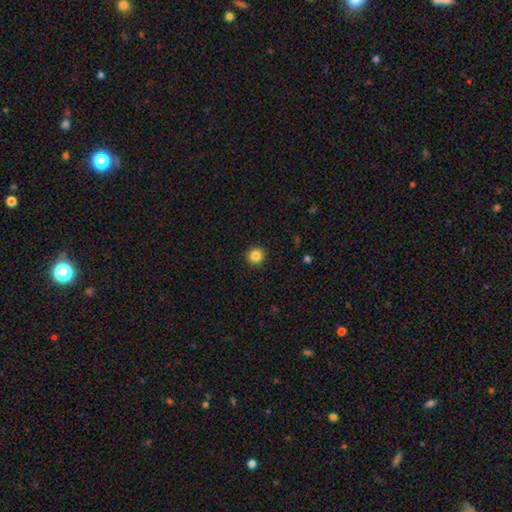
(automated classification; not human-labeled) Morphology: type=smooth (85%); roundness=round (94%); merging=none (92%).